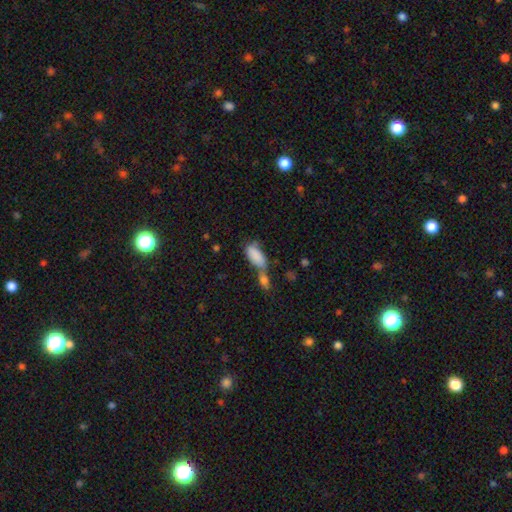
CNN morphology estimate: Smooth or featured? smooth (84%)
How rounded? in between (88%)
Merging? merger (55%)